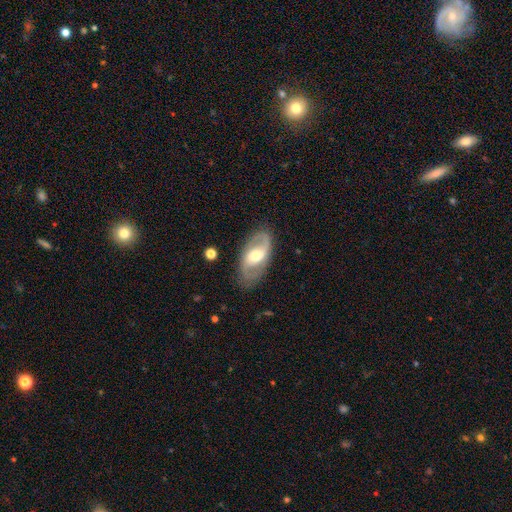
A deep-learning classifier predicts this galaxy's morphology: Smooth or featured? Predicted: featured or disk (p=0.82). Edge-on disk? Predicted: no (p=0.95). Bar? Predicted: weak (p=0.44). Spiral arms? Predicted: yes (p=0.91). Spiral winding? Predicted: medium (p=0.49). Spiral arm count? Predicted: 2 (p=0.88). Bulge size? Predicted: moderate (p=0.67). Merging? Predicted: none (p=0.82).